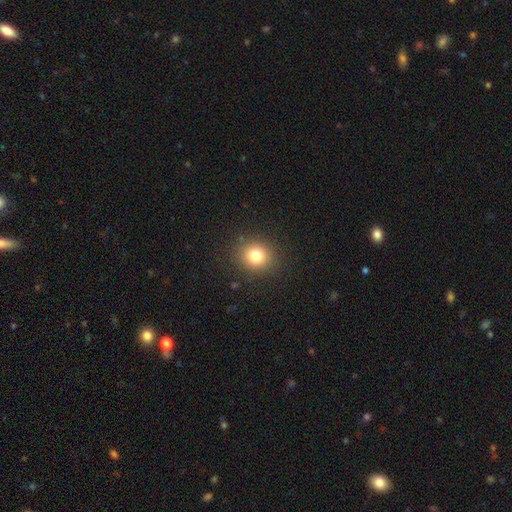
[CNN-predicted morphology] This appears to be a smooth galaxy with no disk features (79%) that is round (82%). Merging: none (88%).